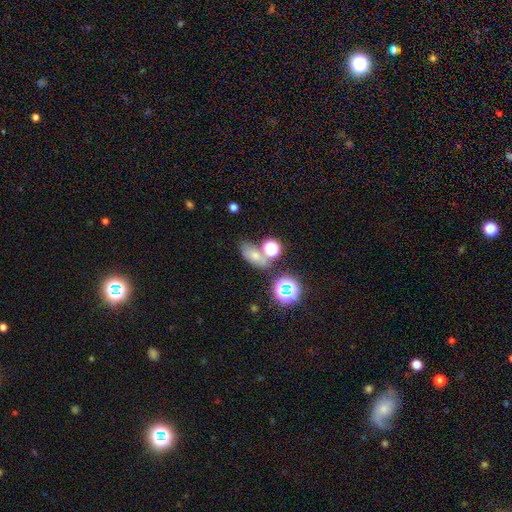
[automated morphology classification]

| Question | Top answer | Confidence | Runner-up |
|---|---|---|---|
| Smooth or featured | smooth | 62% | star or artifact (23%) |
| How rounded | in between | 73% | round (21%) |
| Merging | none | 56% | merger (23%) |